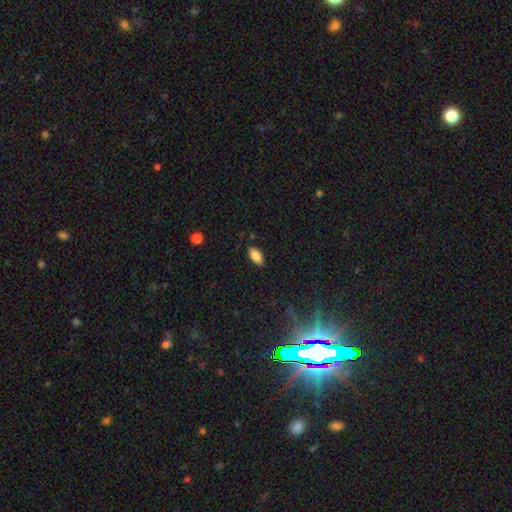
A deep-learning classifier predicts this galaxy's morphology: The model was most divided on "merging": none: 86%, minor disturbance: 10%, major disturbance: 2%, merger: 1%. More confident: how rounded — in between (91%); smooth or featured — smooth (85%).